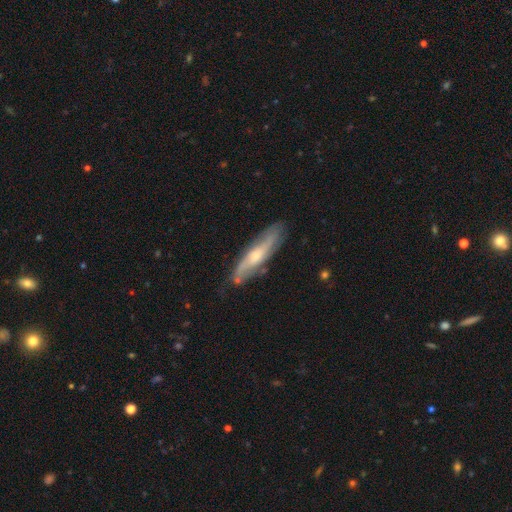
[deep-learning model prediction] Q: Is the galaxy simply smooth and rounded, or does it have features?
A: featured or disk — 66%.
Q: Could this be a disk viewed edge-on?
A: no — 55%.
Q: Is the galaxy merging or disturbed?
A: none — 76%.